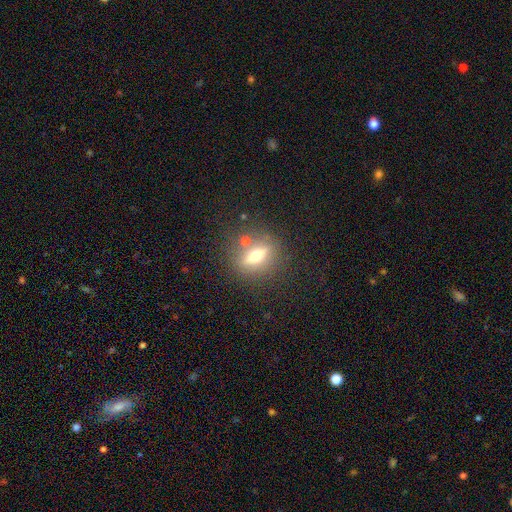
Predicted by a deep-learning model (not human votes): Overall: featured or disk (59%; smooth 29%). Edge-on disk: yes (78%). Merging: none (82%).